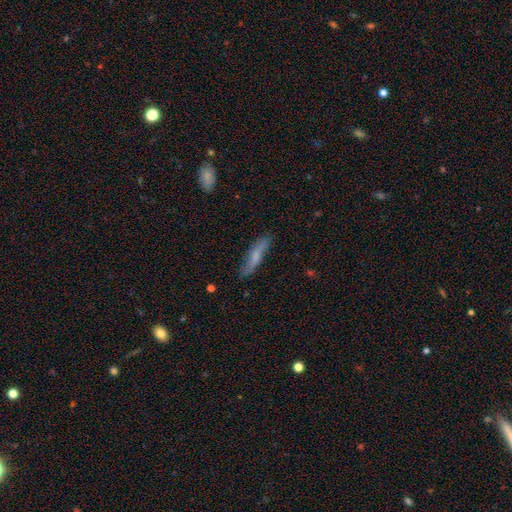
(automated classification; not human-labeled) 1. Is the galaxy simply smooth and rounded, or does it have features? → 53% smooth, 40% featured or disk, 7% star or artifact.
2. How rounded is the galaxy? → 77% cigar-shaped, 20% in between, 2% round.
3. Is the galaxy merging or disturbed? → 75% none, 19% minor disturbance, 4% major disturbance, 2% merger.